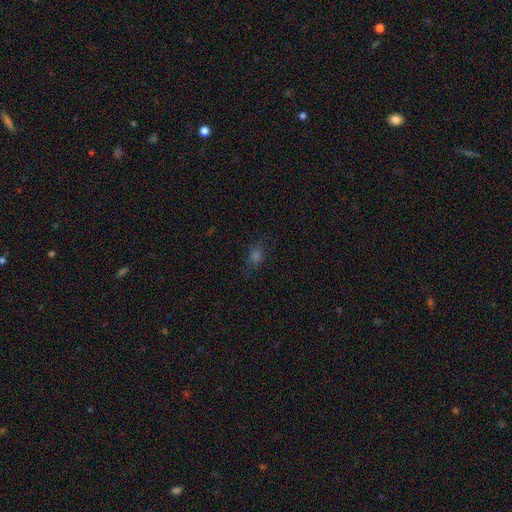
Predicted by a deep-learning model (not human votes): Overall: smooth (49%; star or artifact 32%). Merging: none (75%).